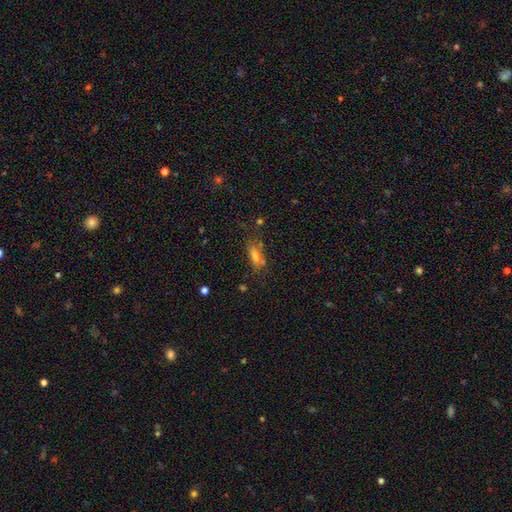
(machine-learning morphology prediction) Smooth or featured?
  - smooth: 64% *
  - featured or disk: 22%
  - star or artifact: 15%
How rounded?
  - in between: 62% *
  - cigar-shaped: 33%
  - round: 5%
Merging?
  - none: 62% *
  - minor disturbance: 19%
  - merger: 11%
  - major disturbance: 9%